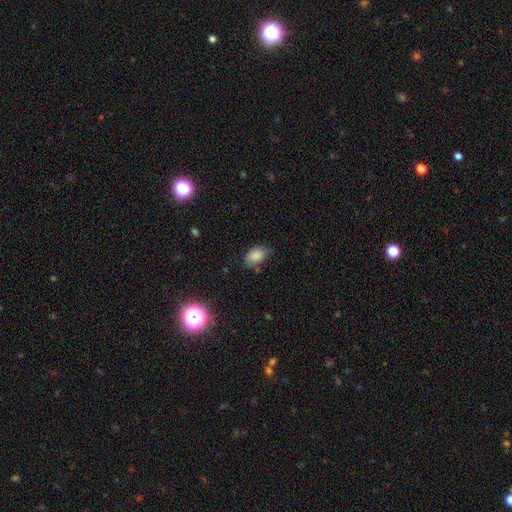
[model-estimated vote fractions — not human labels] A smooth galaxy with no disk features (85%) that is in between round and cigar-shaped (89%). Merging: none (67%).